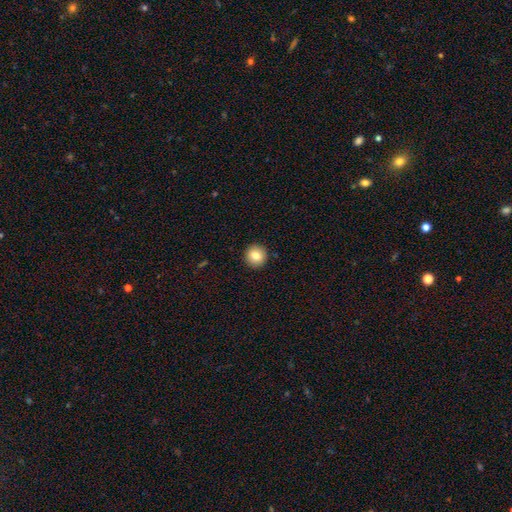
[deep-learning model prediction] A smooth galaxy with no disk features (82%) that is round (94%).

Vote fractions:
- Smooth or featured? smooth: 82% / star or artifact: 9% / featured or disk: 9%
- How rounded? round: 94% / in between: 5% / cigar-shaped: 1%
- Merging? none: 93% / minor disturbance: 5% / major disturbance: 2% / merger: 1%